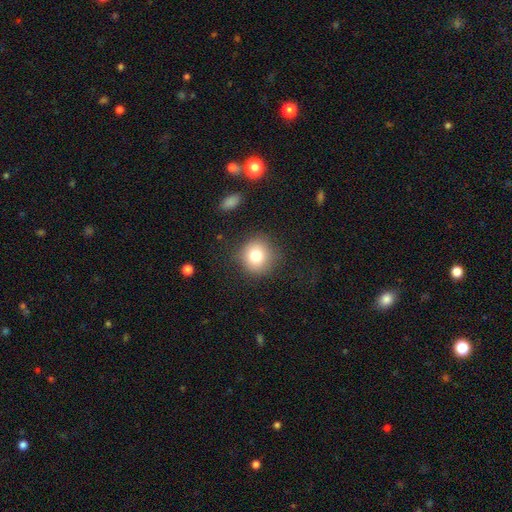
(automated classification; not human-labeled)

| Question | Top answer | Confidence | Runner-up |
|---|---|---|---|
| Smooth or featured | smooth | 79% | star or artifact (11%) |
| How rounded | round | 89% | in between (10%) |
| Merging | none | 84% | minor disturbance (11%) |